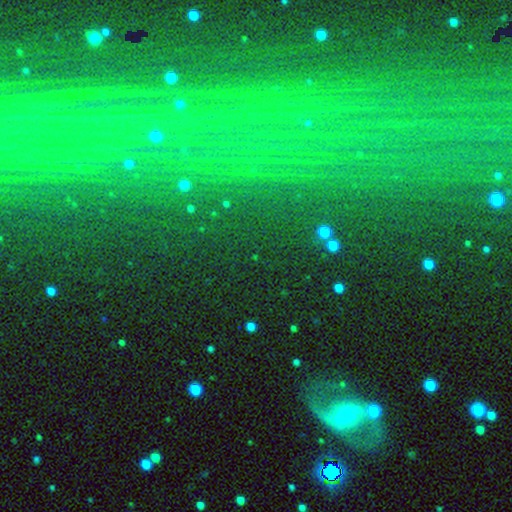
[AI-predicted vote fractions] A star or artifact, not a galaxy (69%).

Vote fractions:
- Smooth or featured? star or artifact: 69% / featured or disk: 17% / smooth: 14%